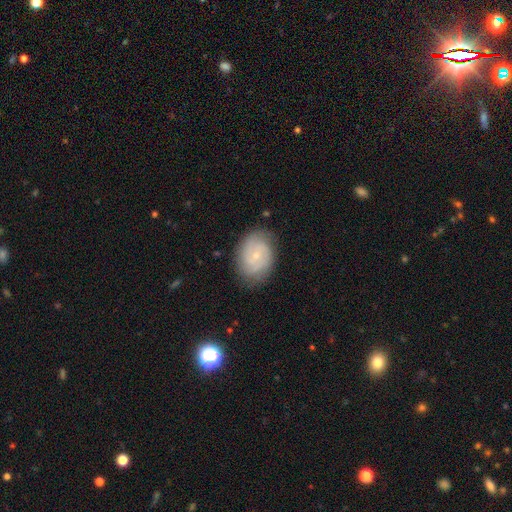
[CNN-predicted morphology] Smooth or featured: featured or disk — 66% (smooth — 26%)
Edge-on disk: no — 97% (yes — 3%)
Bar: no — 77% (weak — 20%)
Spiral arms: yes — 89% (no — 11%)
Spiral winding: tight — 58% (medium — 32%)
Spiral arm count: 2 — 40% (can't tell — 32%)
Bulge size: small — 80% (moderate — 17%)
Merging: none — 79% (minor disturbance — 15%)